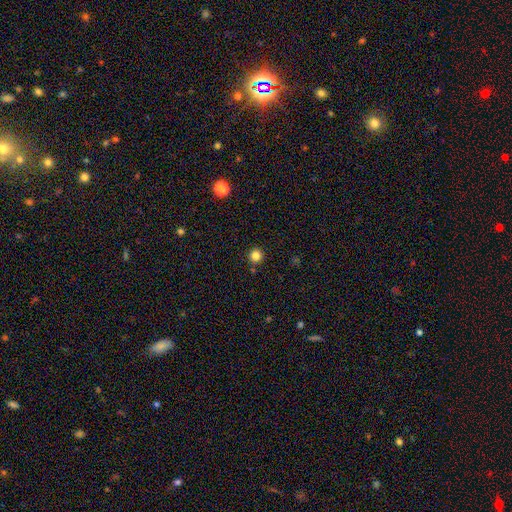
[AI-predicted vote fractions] Smooth or featured: smooth — 83% (star or artifact — 13%)
How rounded: round — 95% (in between — 4%)
Merging: none — 90% (minor disturbance — 6%)